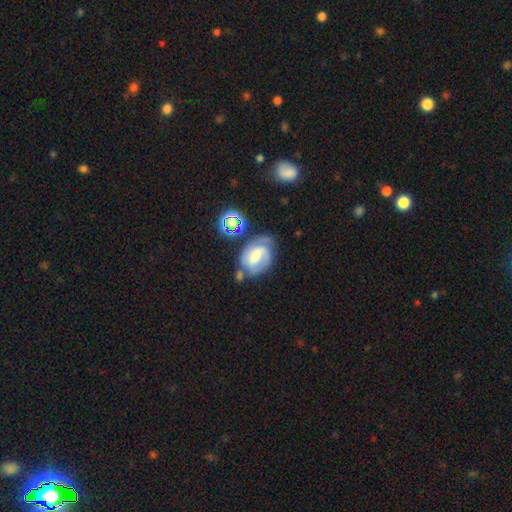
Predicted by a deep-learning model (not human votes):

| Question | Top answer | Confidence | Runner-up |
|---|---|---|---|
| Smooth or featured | featured or disk | 67% | smooth (23%) |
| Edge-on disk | no | 97% | yes (3%) |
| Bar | weak | 49% | no (35%) |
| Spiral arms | yes | 90% | no (10%) |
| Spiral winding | tight | 45% | medium (41%) |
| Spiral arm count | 2 | 53% | can't tell (19%) |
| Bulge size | moderate | 36% | small (29%) |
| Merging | none | 48% | minor disturbance (25%) |